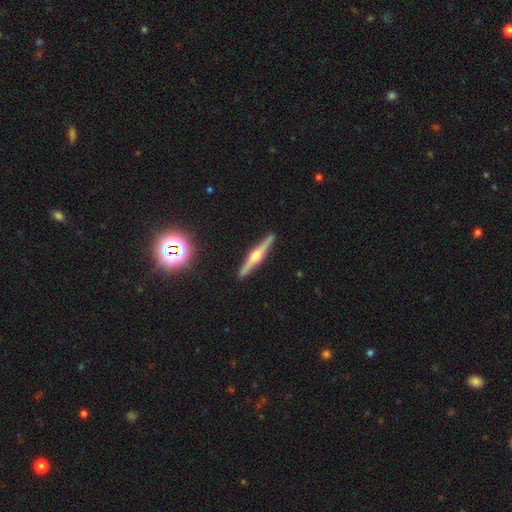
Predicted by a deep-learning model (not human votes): Smooth or featured? featured or disk (77%)
Edge-on disk? yes (98%)
Edge-on bulge? rounded (88%)
Merging? none (92%)